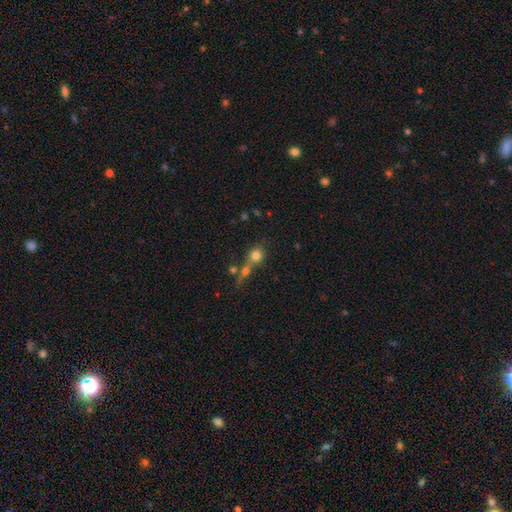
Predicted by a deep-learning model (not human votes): Smooth or featured: smooth — 75% (star or artifact — 13%)
How rounded: round — 82% (in between — 16%)
Merging: merger — 50% (none — 36%)